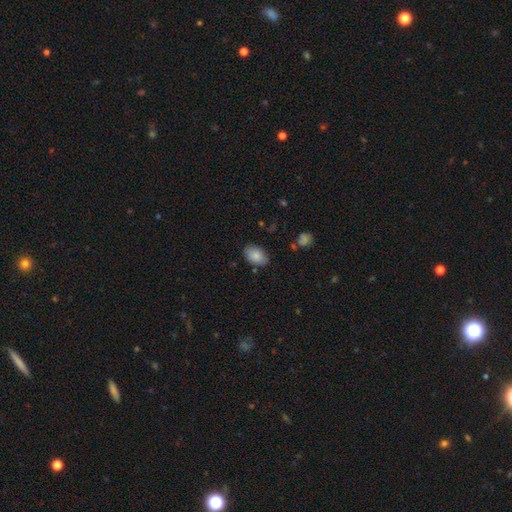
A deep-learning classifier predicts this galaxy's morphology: smooth-or-featured: smooth: 86% | featured or disk: 7% | star or artifact: 7%
  how-rounded: in between: 89% | round: 9% | cigar-shaped: 1%
  merging: none: 82% | minor disturbance: 13% | major disturbance: 3% | merger: 2%